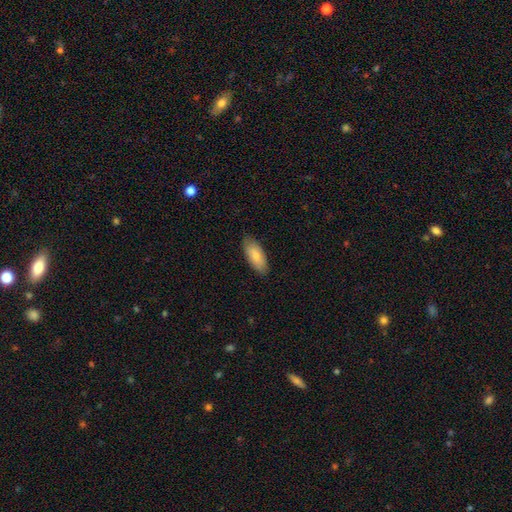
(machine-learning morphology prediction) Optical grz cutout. It shows a smooth galaxy with no disk features (82%) that is in between round and cigar-shaped (85%). Merging: none (84%).